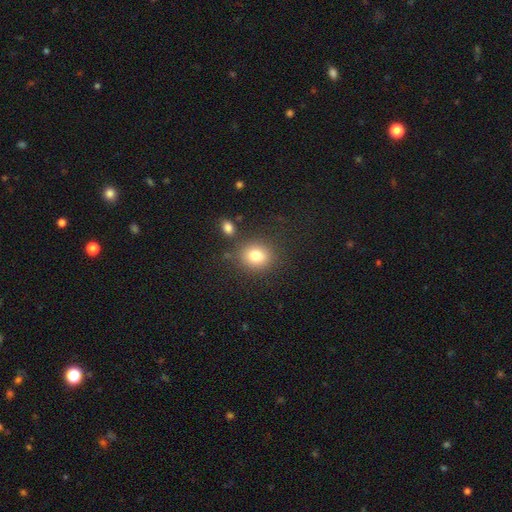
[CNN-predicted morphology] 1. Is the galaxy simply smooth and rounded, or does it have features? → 79% smooth, 12% star or artifact, 9% featured or disk.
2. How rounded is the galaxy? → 78% round, 21% in between, 1% cigar-shaped.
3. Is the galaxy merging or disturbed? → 80% none, 10% minor disturbance, 5% merger, 4% major disturbance.